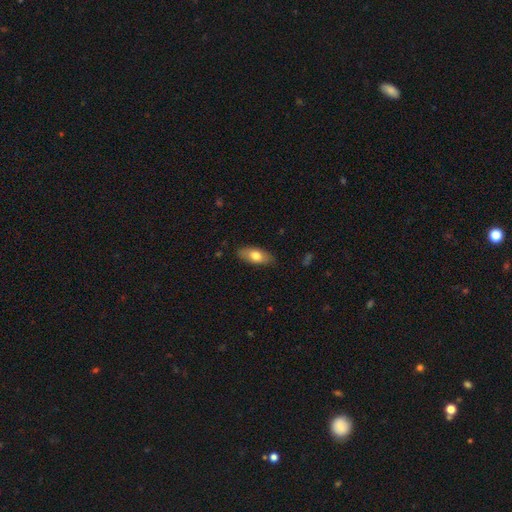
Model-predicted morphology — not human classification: Smooth or featured? Predicted: smooth (p=0.73). How rounded? Predicted: in between (p=0.85). Merging? Predicted: none (p=0.83).